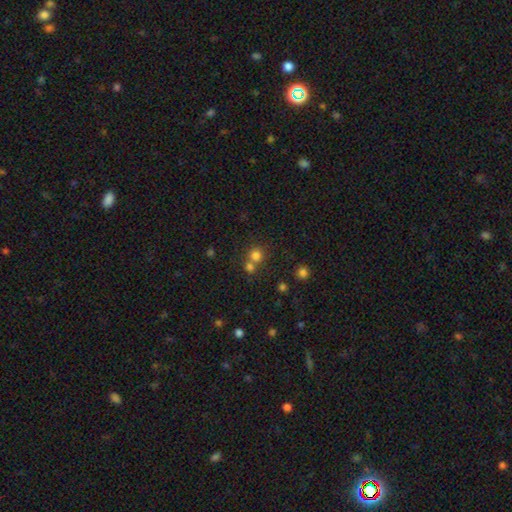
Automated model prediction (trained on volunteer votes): smooth 76%, star or artifact 17%, featured or disk 7%. Down the decision tree: how rounded — round (89%); merging — none (54%).